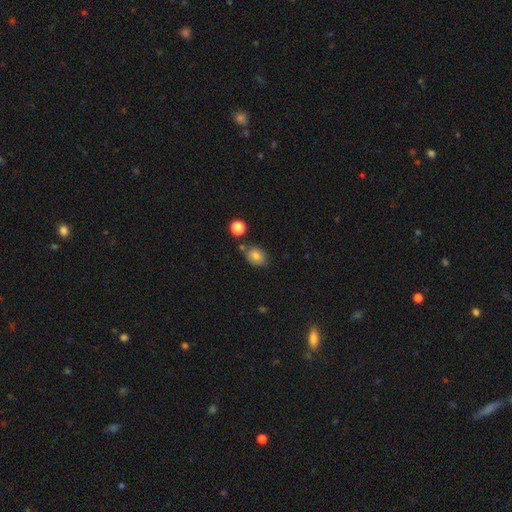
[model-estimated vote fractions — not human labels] Smooth or featured: smooth — 79% (featured or disk — 11%)
How rounded: in between — 67% (round — 32%)
Merging: none — 71% (minor disturbance — 16%)